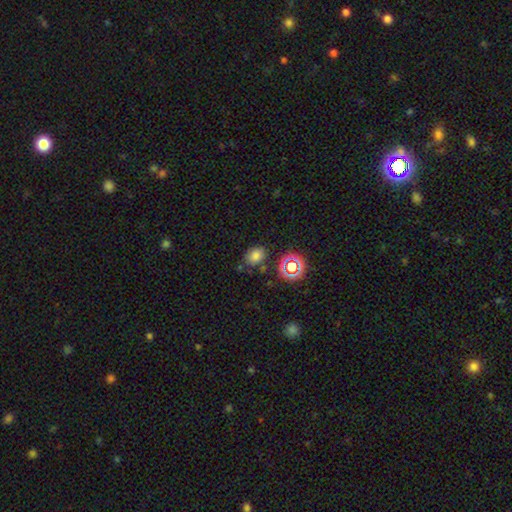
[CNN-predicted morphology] smooth_or_featured: smooth (p=0.73) [alt: star or artifact p=0.20]
how_rounded: in between (p=0.60) [alt: round p=0.39]
merging: none (p=0.72) [alt: minor disturbance p=0.17]